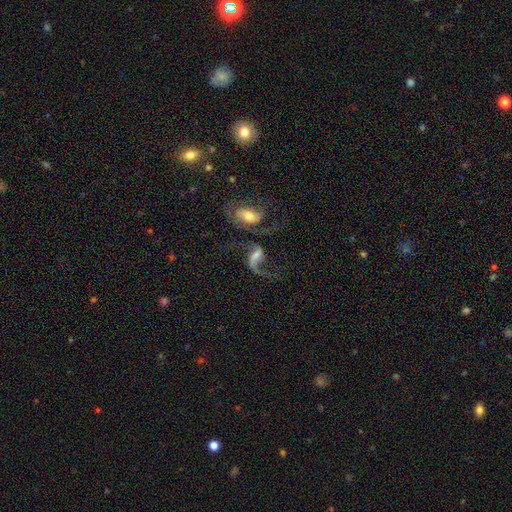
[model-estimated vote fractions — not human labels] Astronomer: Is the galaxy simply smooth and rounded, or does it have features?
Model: featured or disk — 81%.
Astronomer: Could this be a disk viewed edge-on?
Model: no — 96%.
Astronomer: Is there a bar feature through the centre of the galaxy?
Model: weak — 42% (runner-up: no, 36%).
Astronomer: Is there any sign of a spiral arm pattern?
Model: yes — 92%.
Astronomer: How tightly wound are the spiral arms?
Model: loose — 77%.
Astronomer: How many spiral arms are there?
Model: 2 — 74%.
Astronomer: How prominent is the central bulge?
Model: moderate — 42% (runner-up: small, 38%).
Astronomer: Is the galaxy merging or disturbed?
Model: merger — 43% (runner-up: none, 28%).